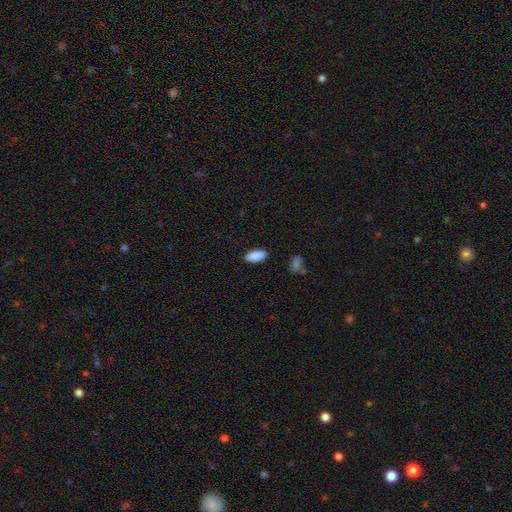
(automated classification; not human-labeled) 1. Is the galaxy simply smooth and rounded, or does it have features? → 90% smooth, 6% star or artifact, 4% featured or disk.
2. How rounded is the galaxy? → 82% in between, 16% cigar-shaped, 2% round.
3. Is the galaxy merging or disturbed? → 87% none, 9% minor disturbance, 2% major disturbance, 2% merger.